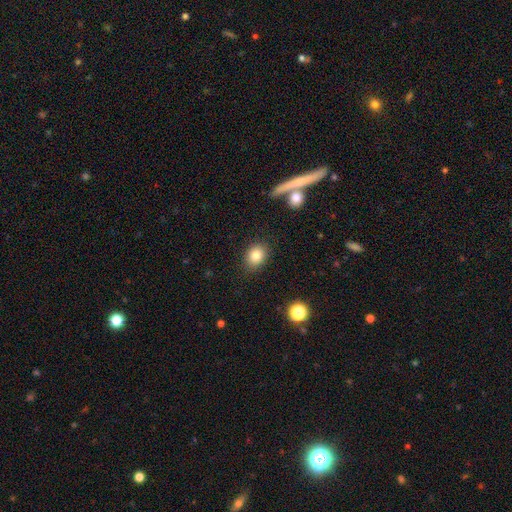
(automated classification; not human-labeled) This is clearly a smooth galaxy (83%). How rounded: possibly in between (56%). Merging: clearly none (85%).